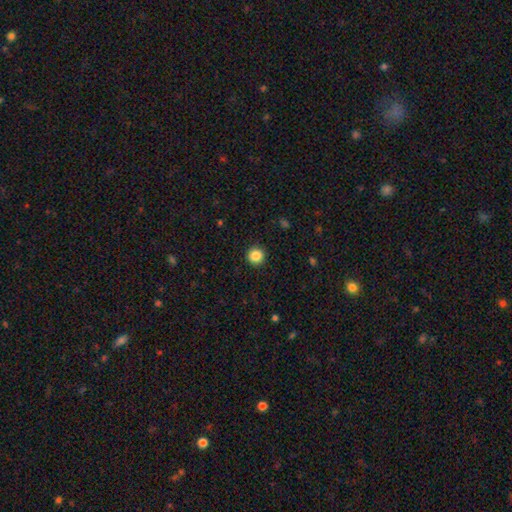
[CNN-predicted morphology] This is clearly a smooth galaxy (87%). How rounded: clearly round (95%). Merging: clearly none (93%).